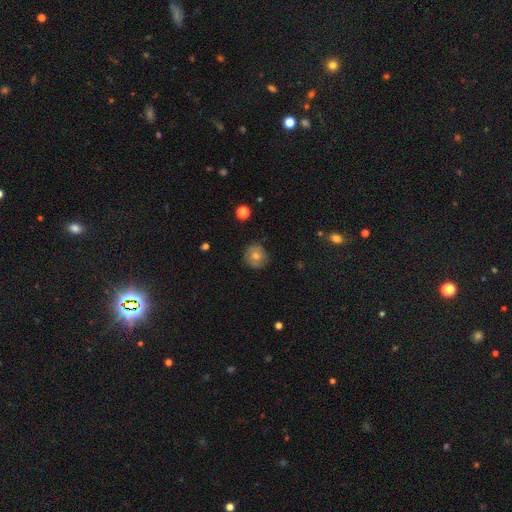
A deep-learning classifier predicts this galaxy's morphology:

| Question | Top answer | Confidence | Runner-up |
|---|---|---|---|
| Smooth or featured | smooth | 56% | featured or disk (31%) |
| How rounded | round | 90% | in between (9%) |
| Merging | none | 83% | minor disturbance (13%) |